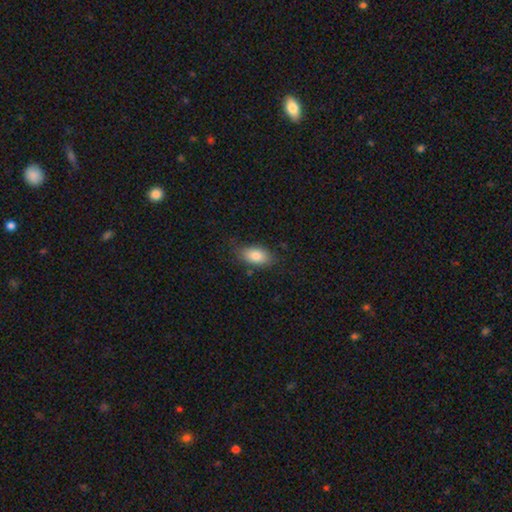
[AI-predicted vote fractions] Morphology: type=smooth (82%); roundness=in between (91%); merging=none (76%).